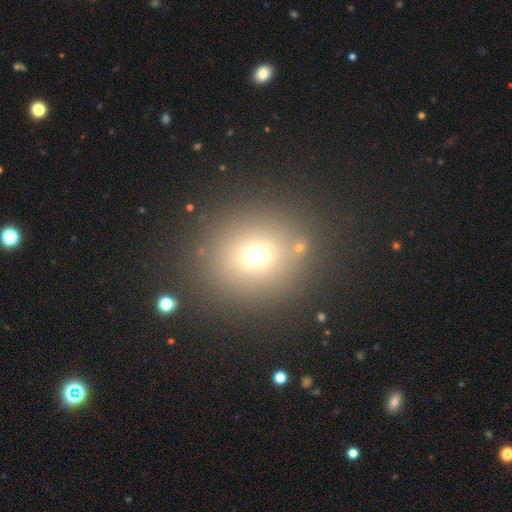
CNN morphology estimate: Smooth or featured? smooth (67%)
How rounded? round (83%)
Merging? none (84%)